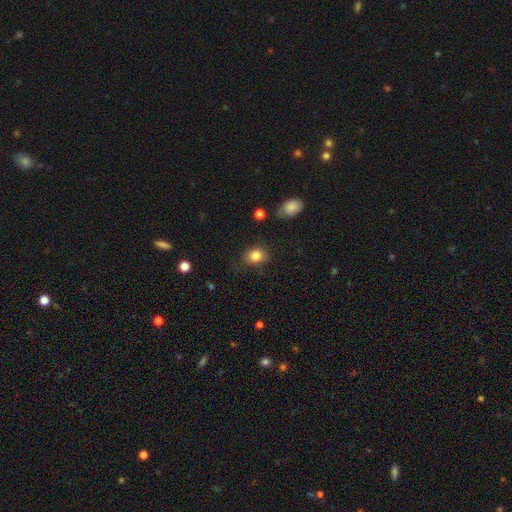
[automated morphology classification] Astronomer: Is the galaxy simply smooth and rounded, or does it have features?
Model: smooth — 84%.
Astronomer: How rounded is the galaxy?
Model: in between — 51% (runner-up: round, 48%).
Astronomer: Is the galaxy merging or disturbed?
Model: none — 73%.